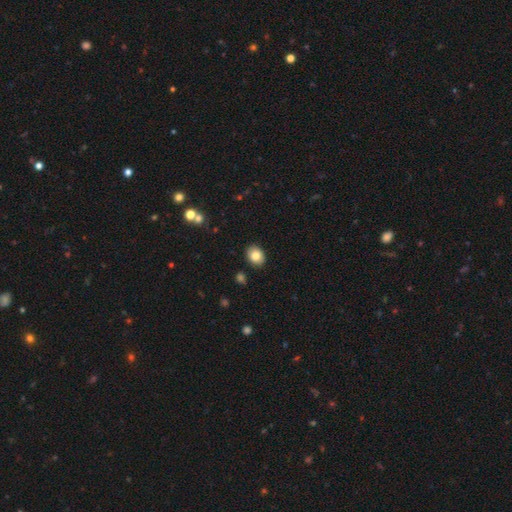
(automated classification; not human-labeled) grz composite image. It shows a smooth galaxy with no disk features (83%) that is in between round and cigar-shaped (57%). Merging: none (88%).